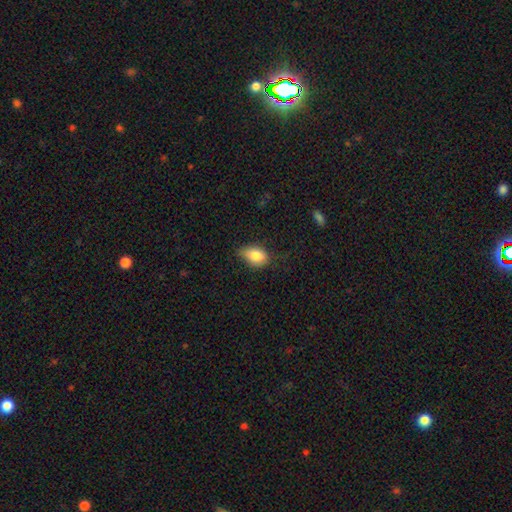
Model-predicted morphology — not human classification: Smooth or featured: smooth — 82% (featured or disk — 9%)
How rounded: in between — 83% (round — 15%)
Merging: none — 58% (minor disturbance — 33%)